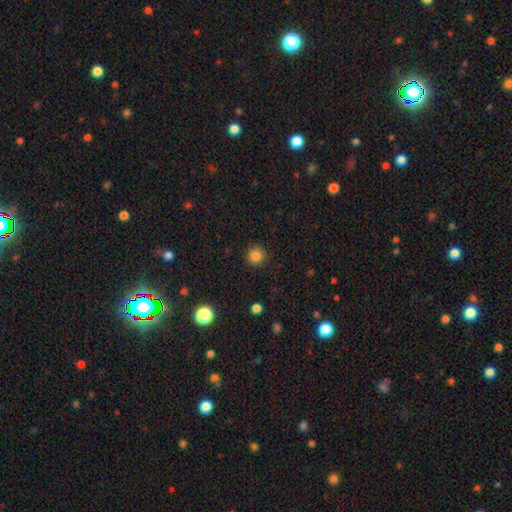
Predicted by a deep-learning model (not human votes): Smooth or featured? Predicted: smooth (p=0.84). How rounded? Predicted: round (p=0.95). Merging? Predicted: none (p=0.91).